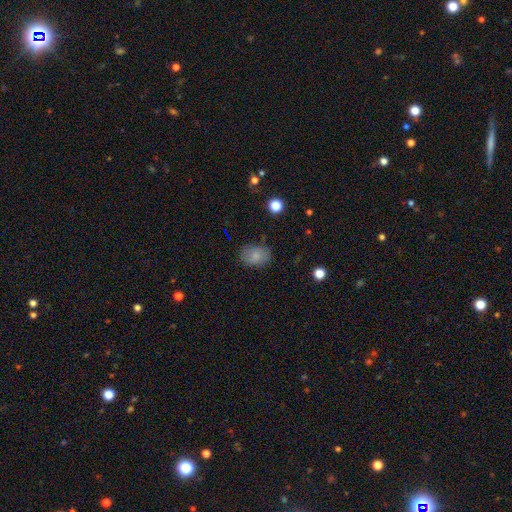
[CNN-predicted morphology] Smooth or featured: smooth — 79% (featured or disk — 12%)
How rounded: in between — 74% (round — 25%)
Merging: none — 78% (minor disturbance — 16%)